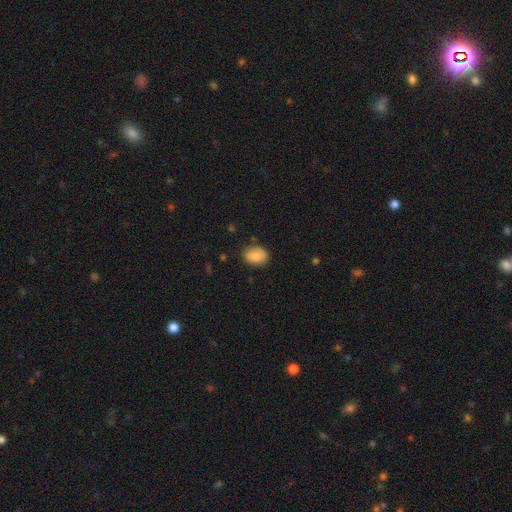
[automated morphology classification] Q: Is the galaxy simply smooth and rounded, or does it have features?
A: smooth — 85%.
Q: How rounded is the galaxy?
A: in between — 73%.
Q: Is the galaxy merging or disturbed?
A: none — 76%.